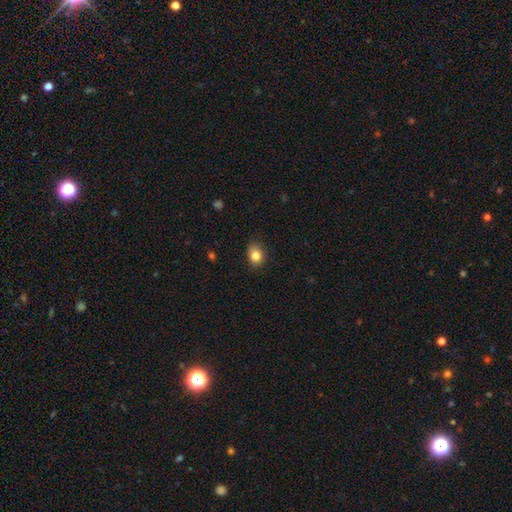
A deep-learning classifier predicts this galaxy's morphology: Smooth or featured?
  - smooth: 83% *
  - star or artifact: 10%
  - featured or disk: 7%
How rounded?
  - in between: 55% *
  - round: 45%
  - cigar-shaped: 1%
Merging?
  - none: 81% *
  - minor disturbance: 15%
  - major disturbance: 3%
  - merger: 1%